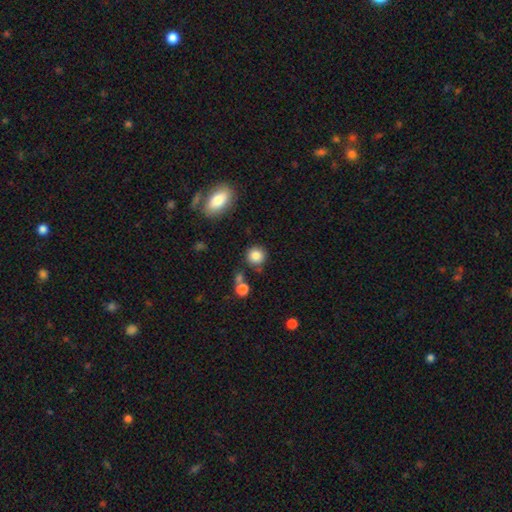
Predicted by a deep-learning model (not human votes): This is clearly a smooth galaxy (85%). How rounded: clearly round (90%). Merging: likely none (79%).